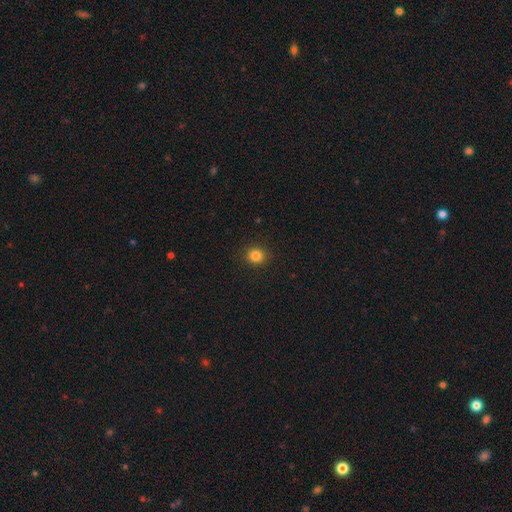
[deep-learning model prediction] This is clearly a smooth galaxy (84%). How rounded: clearly round (83%). Merging: clearly none (91%).